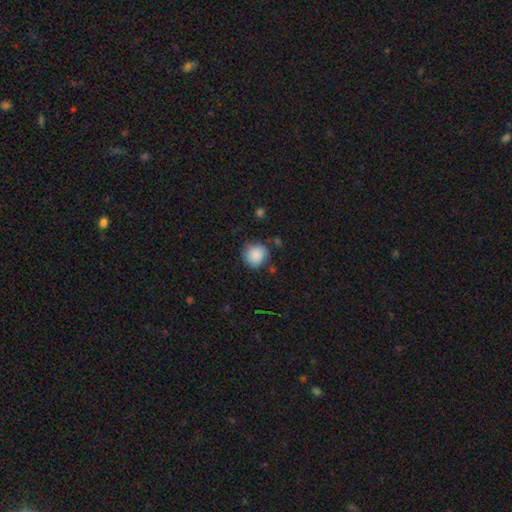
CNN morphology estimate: type=smooth (87%); roundness=round (90%); merging=none (75%).